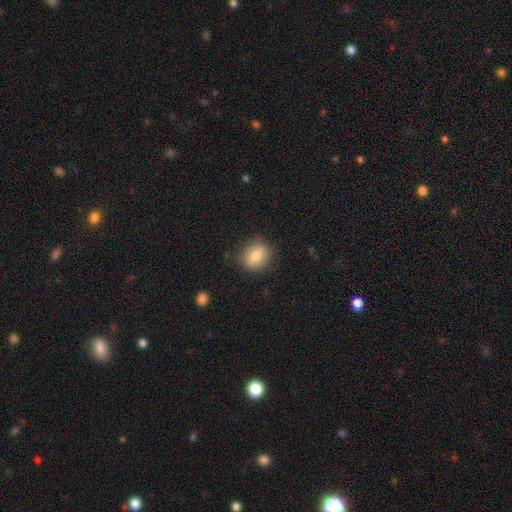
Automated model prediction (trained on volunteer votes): The model was most divided on "how rounded": round: 61%, in between: 38%, cigar-shaped: 1%. More confident: merging — none (80%); smooth or featured — smooth (75%).